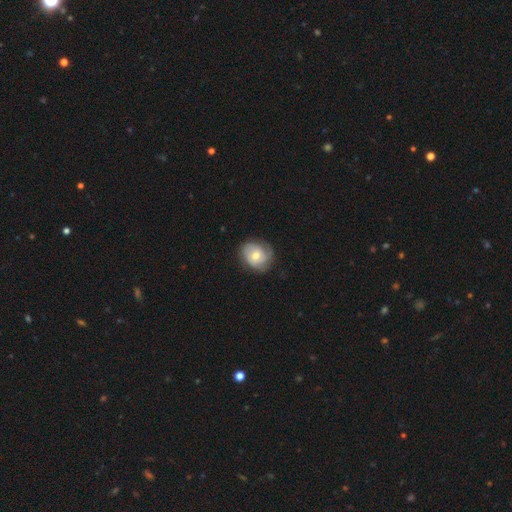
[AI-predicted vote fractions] Smooth or featured?
  - featured or disk: 48% *
  - smooth: 45%
  - star or artifact: 7%
Merging?
  - none: 70% *
  - minor disturbance: 22%
  - major disturbance: 7%
  - merger: 1%